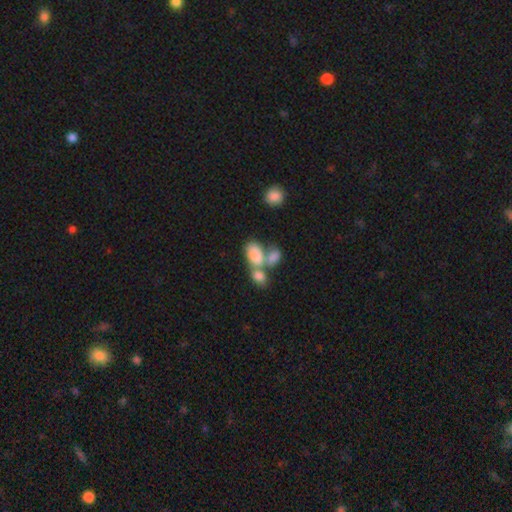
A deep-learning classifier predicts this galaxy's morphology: smooth-or-featured: smooth: 79% | featured or disk: 13% | star or artifact: 8%
  how-rounded: in between: 91% | round: 6% | cigar-shaped: 2%
  merging: merger: 60% | none: 24% | minor disturbance: 9% | major disturbance: 7%